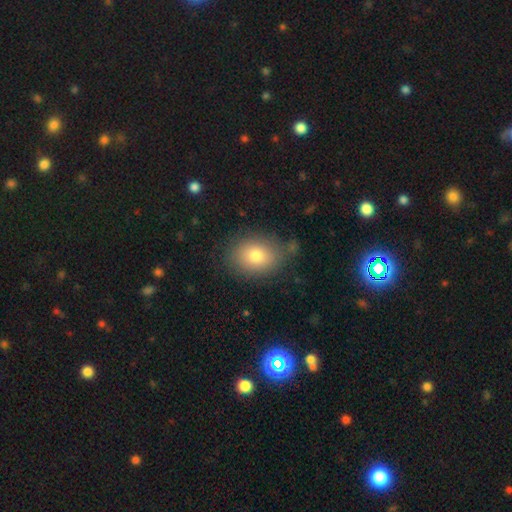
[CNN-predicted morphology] This is likely a smooth galaxy (78%). How rounded: possibly in between (55%). Merging: likely none (74%).